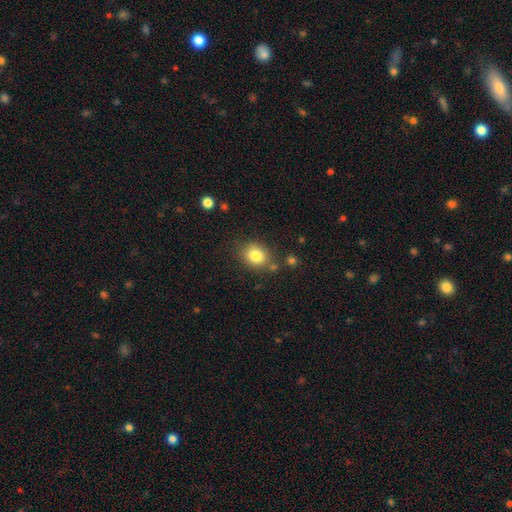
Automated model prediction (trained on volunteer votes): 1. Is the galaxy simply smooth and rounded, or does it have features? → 82% smooth, 10% star or artifact, 8% featured or disk.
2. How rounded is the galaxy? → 61% round, 38% in between, 1% cigar-shaped.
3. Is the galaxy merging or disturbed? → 76% none, 14% minor disturbance, 7% merger, 4% major disturbance.